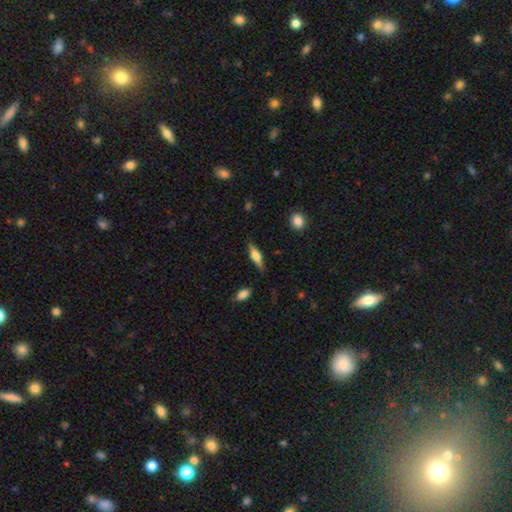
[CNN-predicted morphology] featured or disk 53%, smooth 41%, star or artifact 7%. Down the decision tree: edge-on disk — yes (95%); merging — none (84%).